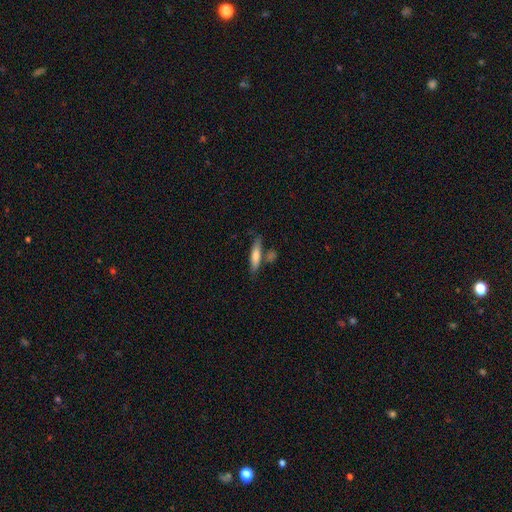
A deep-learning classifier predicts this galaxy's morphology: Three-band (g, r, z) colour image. It shows a smooth galaxy with no disk features (67%) that is cigar-shaped (79%). Merging: none (71%).